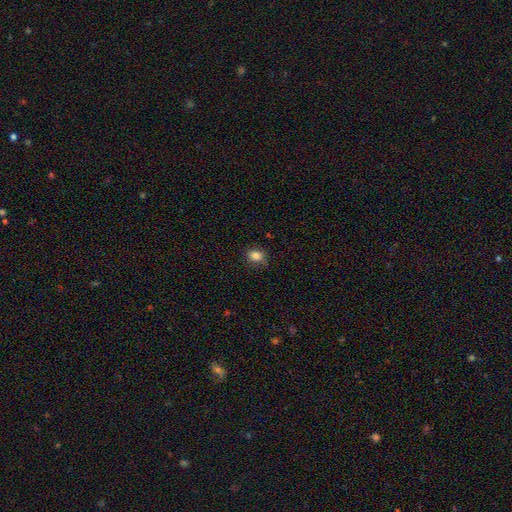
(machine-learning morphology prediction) smooth-or-featured: smooth: 84% | star or artifact: 11% | featured or disk: 5%
  how-rounded: in between: 56% | round: 43% | cigar-shaped: 1%
  merging: none: 78% | minor disturbance: 17% | major disturbance: 4% | merger: 1%